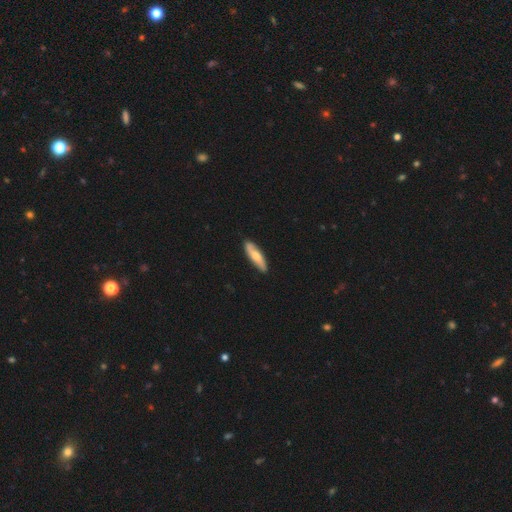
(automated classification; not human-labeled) Smooth or featured: smooth — 55% (featured or disk — 40%)
How rounded: cigar-shaped — 63% (in between — 35%)
Merging: none — 86% (minor disturbance — 11%)